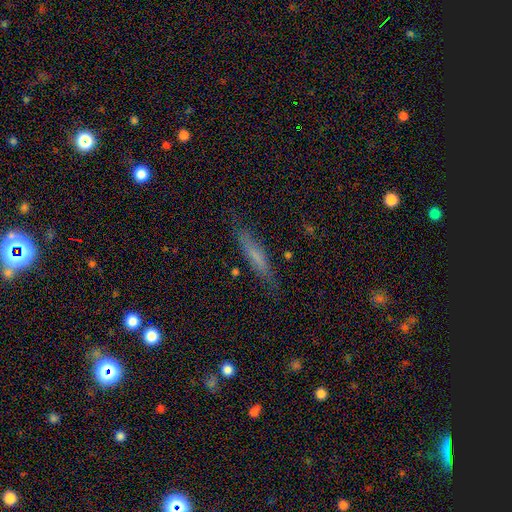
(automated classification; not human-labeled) A smooth galaxy with no disk features (58%) that is cigar-shaped (87%).

Vote fractions:
- Smooth or featured? smooth: 58% / featured or disk: 33% / star or artifact: 9%
- How rounded? cigar-shaped: 87% / in between: 11% / round: 2%
- Merging? none: 79% / minor disturbance: 15% / major disturbance: 4% / merger: 2%